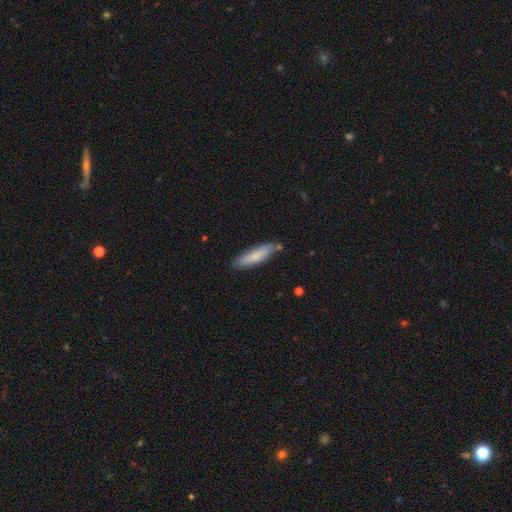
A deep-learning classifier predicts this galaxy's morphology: A smooth galaxy with no disk features (78%) that is cigar-shaped (74%).

Vote fractions:
- Smooth or featured? smooth: 78% / featured or disk: 16% / star or artifact: 6%
- How rounded? cigar-shaped: 74% / in between: 25% / round: 1%
- Merging? none: 76% / minor disturbance: 16% / merger: 4% / major disturbance: 3%